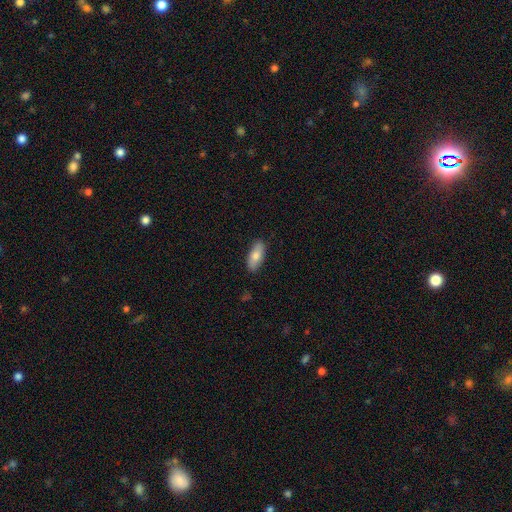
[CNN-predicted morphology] Smooth or featured? Predicted: smooth (p=0.75). How rounded? Predicted: in between (p=0.76). Merging? Predicted: none (p=0.87).